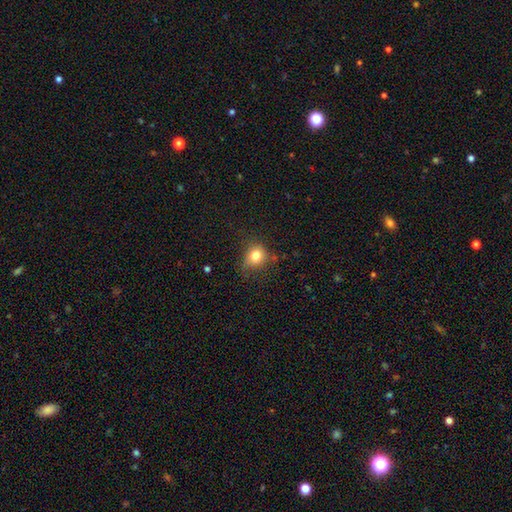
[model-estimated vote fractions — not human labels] A smooth galaxy with no disk features (79%) that is round (73%).

Vote fractions:
- Smooth or featured? smooth: 79% / star or artifact: 13% / featured or disk: 9%
- How rounded? round: 73% / in between: 26% / cigar-shaped: 1%
- Merging? none: 66% / minor disturbance: 24% / major disturbance: 8% / merger: 2%